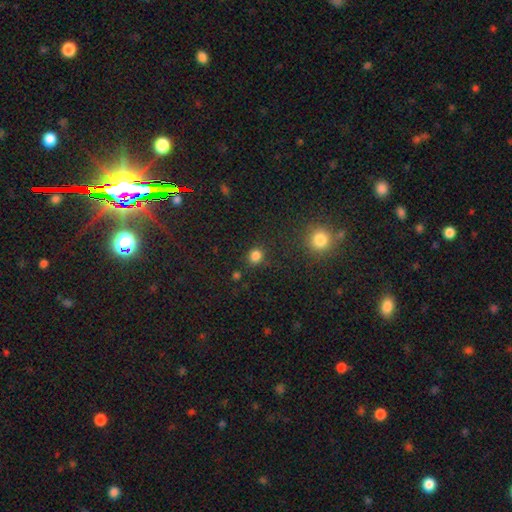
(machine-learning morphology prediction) smooth_or_featured: smooth (p=0.82) [alt: star or artifact p=0.14]
how_rounded: round (p=0.78) [alt: in between p=0.21]
merging: none (p=0.83) [alt: minor disturbance p=0.10]